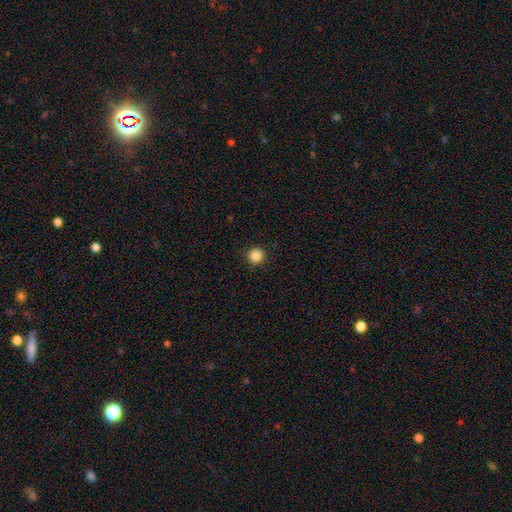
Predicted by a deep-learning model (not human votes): Overall: smooth (87%). How rounded: round (95%). Merging: none (93%).